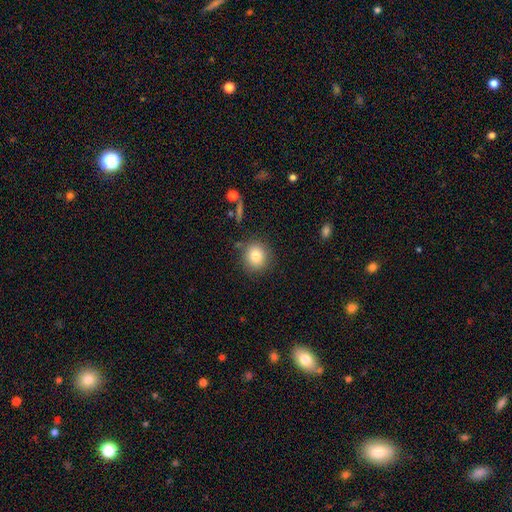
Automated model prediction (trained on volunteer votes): smooth-or-featured: smooth: 82% | star or artifact: 10% | featured or disk: 8%
  how-rounded: round: 85% | in between: 14% | cigar-shaped: 1%
  merging: none: 84% | minor disturbance: 10% | major disturbance: 3% | merger: 3%